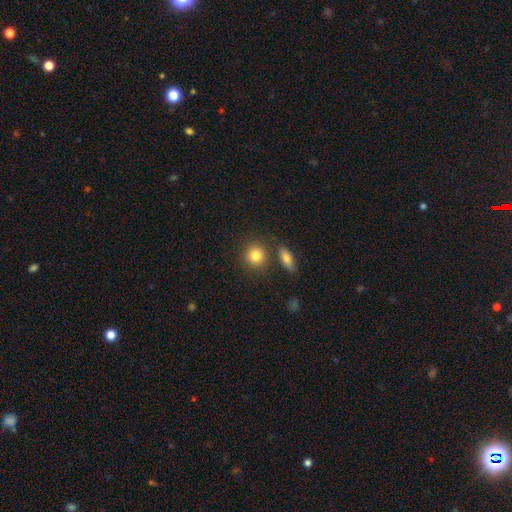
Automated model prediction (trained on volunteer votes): Smooth or featured? Predicted: smooth (p=0.83). How rounded? Predicted: round (p=0.85). Merging? Predicted: none (p=0.76).